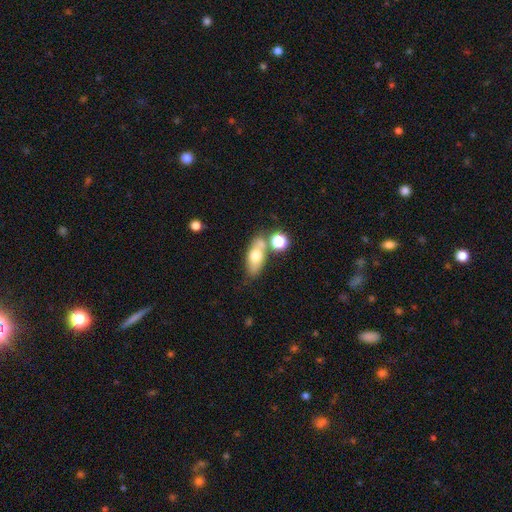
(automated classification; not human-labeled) A smooth galaxy with no disk features (63%) that is in between round and cigar-shaped (74%).

Vote fractions:
- Smooth or featured? smooth: 63% / featured or disk: 28% / star or artifact: 9%
- How rounded? in between: 74% / cigar-shaped: 16% / round: 10%
- Merging? none: 55% / merger: 24% / minor disturbance: 15% / major disturbance: 6%